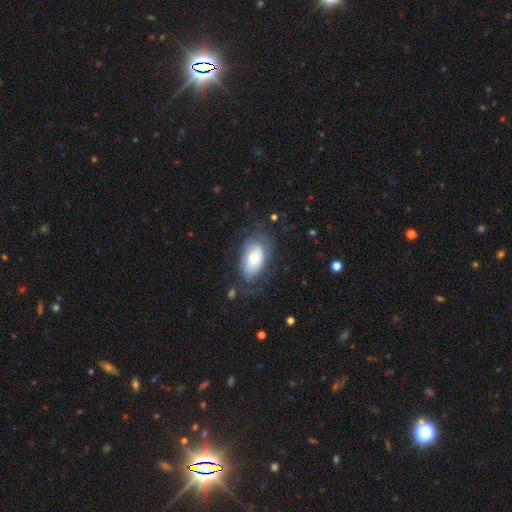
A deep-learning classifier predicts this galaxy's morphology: Smooth or featured: smooth — 49% (featured or disk — 43%)
Merging: none — 61% (minor disturbance — 22%)